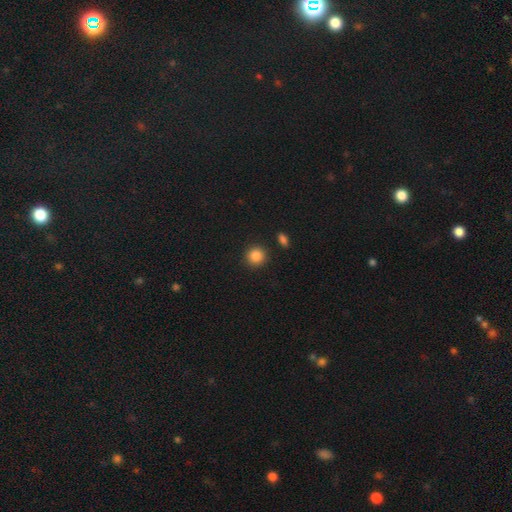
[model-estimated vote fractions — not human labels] Morphology: type=smooth (87%); roundness=round (92%); merging=none (90%).